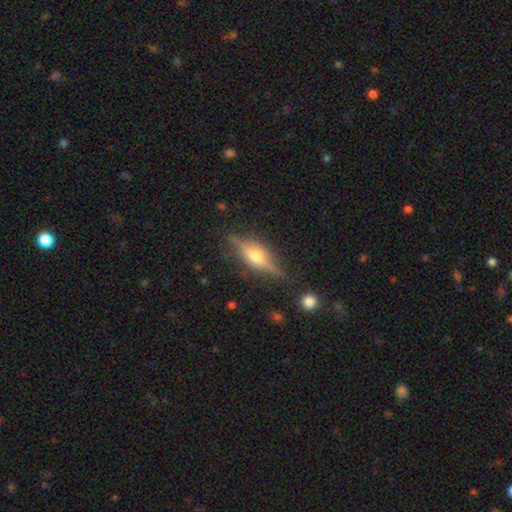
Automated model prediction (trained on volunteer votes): This is likely a featured or disk galaxy (77%). It is clearly viewed edge-on (96%). Edge-on bulge: clearly rounded (92%). Merging: clearly none (85%).